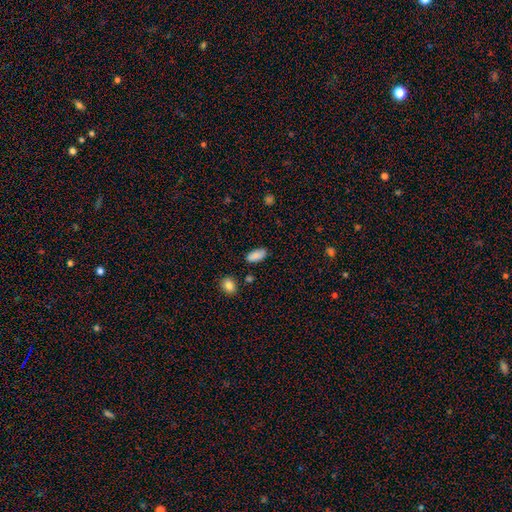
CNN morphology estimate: Overall: smooth (87%). How rounded: in between (90%). Merging: none (82%).